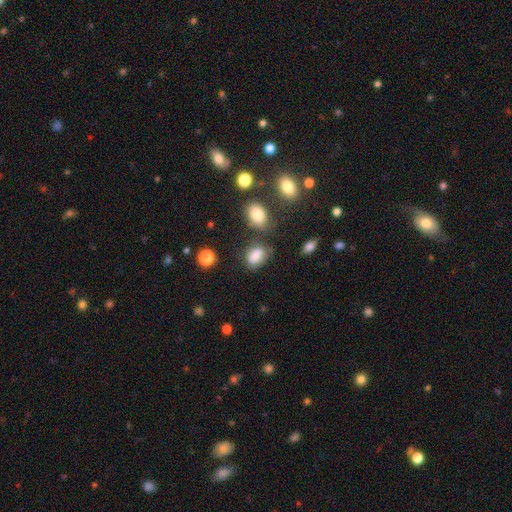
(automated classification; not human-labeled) Smooth or featured: smooth — 82% (star or artifact — 11%)
How rounded: in between — 76% (round — 22%)
Merging: none — 63% (minor disturbance — 21%)